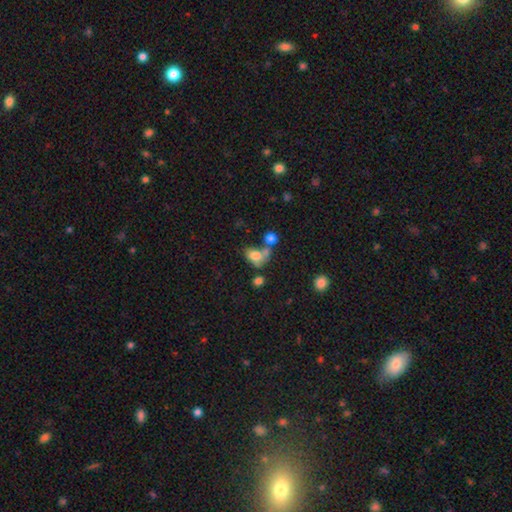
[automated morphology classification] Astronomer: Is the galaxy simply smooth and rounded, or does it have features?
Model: smooth — 70%.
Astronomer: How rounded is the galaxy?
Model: in between — 72%.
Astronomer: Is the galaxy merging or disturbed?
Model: merger — 44% (runner-up: none, 26%).